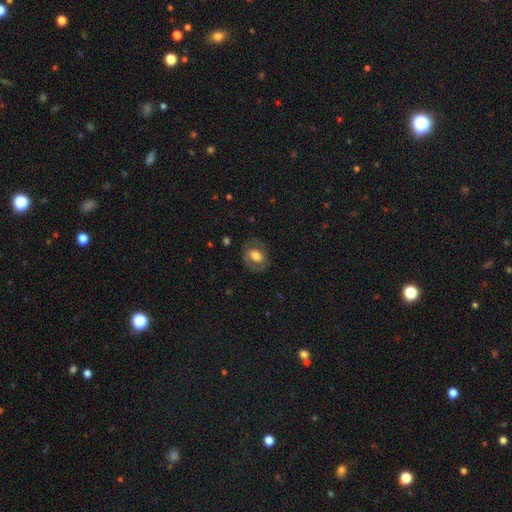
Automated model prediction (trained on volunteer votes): A smooth galaxy with no disk features (51%) that is in between round and cigar-shaped (61%).

Vote fractions:
- Smooth or featured? smooth: 51% / featured or disk: 42% / star or artifact: 7%
- How rounded? in between: 61% / round: 38% / cigar-shaped: 1%
- Merging? none: 74% / minor disturbance: 16% / major disturbance: 9% / merger: 1%